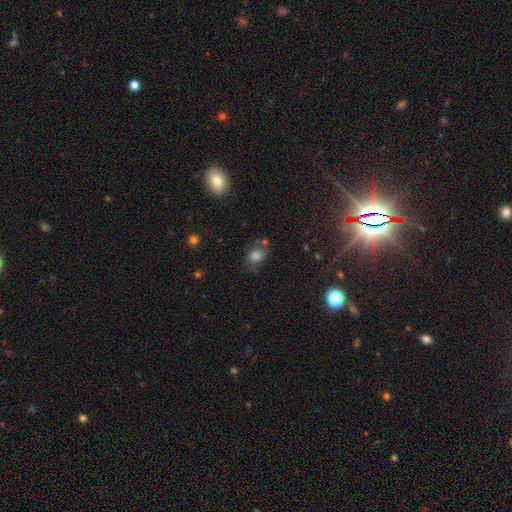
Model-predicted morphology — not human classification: smooth-or-featured: smooth: 76% | star or artifact: 14% | featured or disk: 10%
  how-rounded: round: 56% | in between: 43% | cigar-shaped: 1%
  merging: none: 57% | minor disturbance: 22% | merger: 11% | major disturbance: 10%